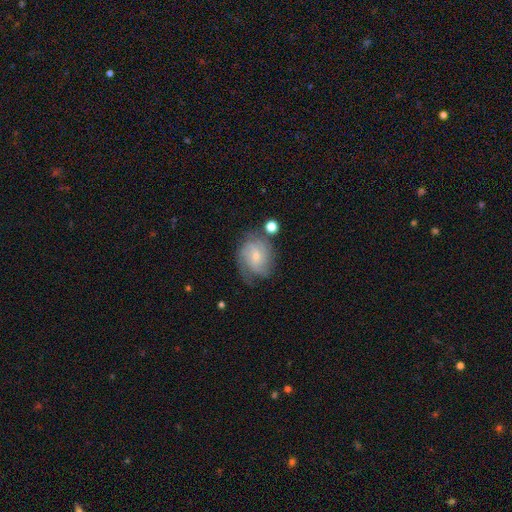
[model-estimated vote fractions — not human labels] Overall: featured or disk (66%; smooth 26%). Edge-on disk: no (97%). Bar: no (61%; weak 35%). Spiral arms: yes (89%). Spiral arm count: can't tell (38%; 2 24%). Spiral winding: tight (44%; medium 39%). Bulge size: small (64%; moderate 29%). Merging: none (55%; minor disturbance 26%).